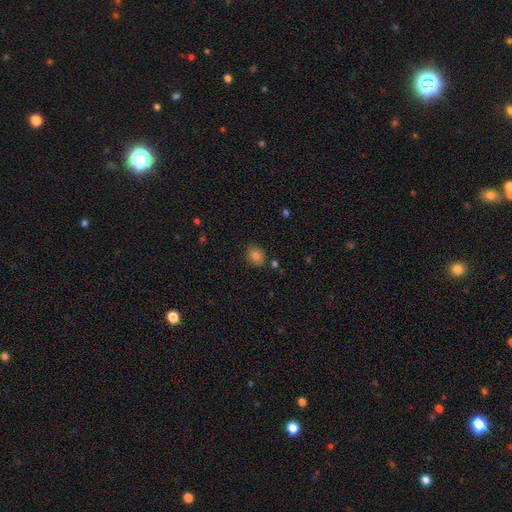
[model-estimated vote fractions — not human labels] The model was most divided on "how rounded": round: 57%, in between: 42%, cigar-shaped: 1%. More confident: merging — none (85%); smooth or featured — smooth (80%).